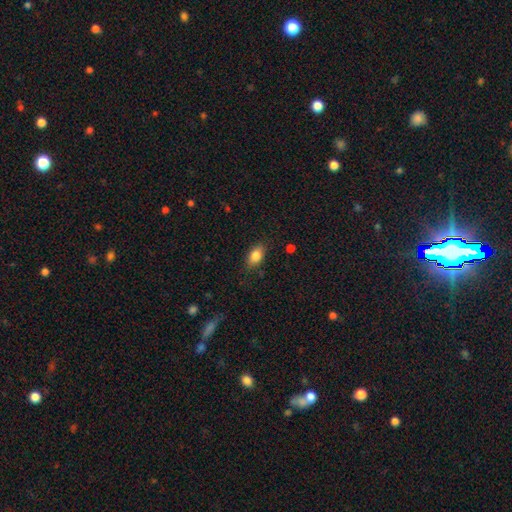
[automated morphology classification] Smooth or featured? smooth (84%)
How rounded? in between (85%)
Merging? none (82%)